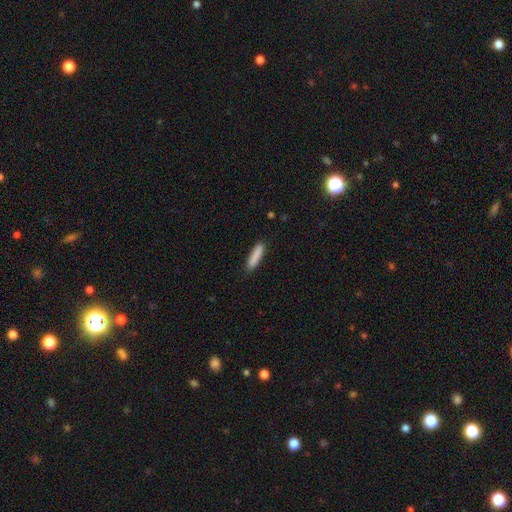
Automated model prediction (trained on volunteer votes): smooth_or_featured: smooth (p=0.87) [alt: featured or disk p=0.06]
how_rounded: cigar-shaped (p=0.81) [alt: in between p=0.18]
merging: none (p=0.87) [alt: minor disturbance p=0.10]